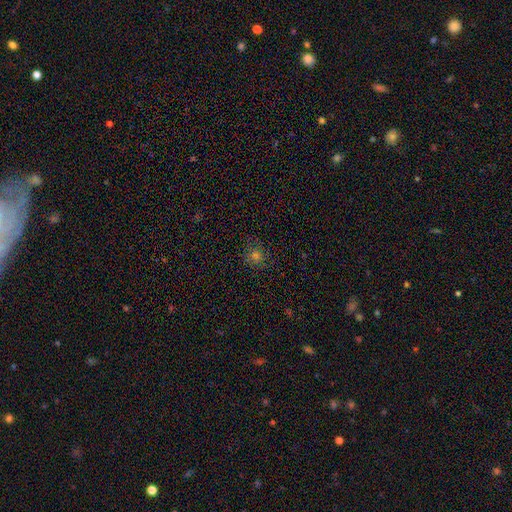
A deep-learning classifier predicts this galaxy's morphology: The model was most divided on "smooth or featured": smooth: 66%, star or artifact: 26%, featured or disk: 8%. More confident: how rounded — round (88%); merging — none (84%).